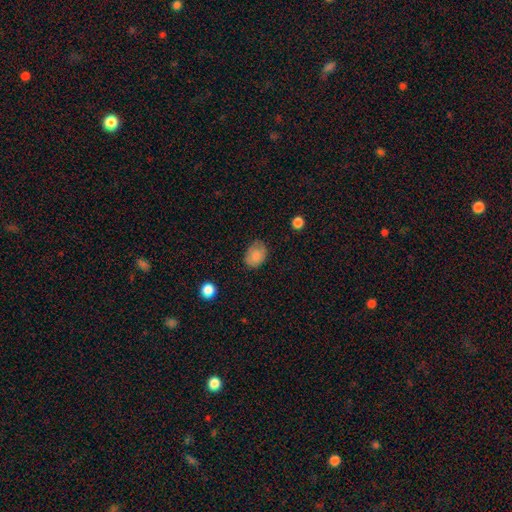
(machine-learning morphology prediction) Q: Smooth or featured?
A: smooth (84%); runner-up: star or artifact (8%)
Q: How rounded?
A: in between (71%); runner-up: round (28%)
Q: Merging?
A: none (74%); runner-up: minor disturbance (20%)